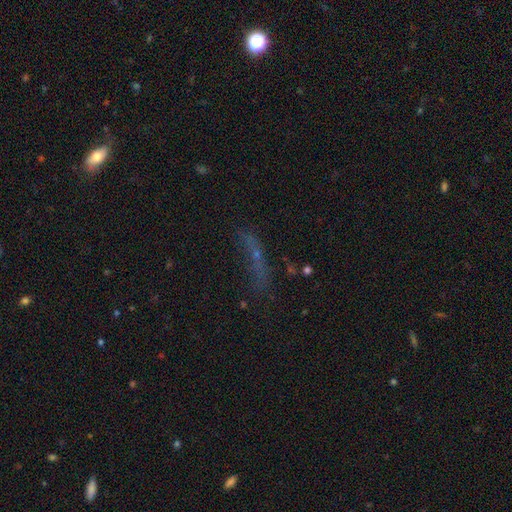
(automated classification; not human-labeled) Overall: smooth (36%; star or artifact 33%). Merging: none (53%; major disturbance 20%).